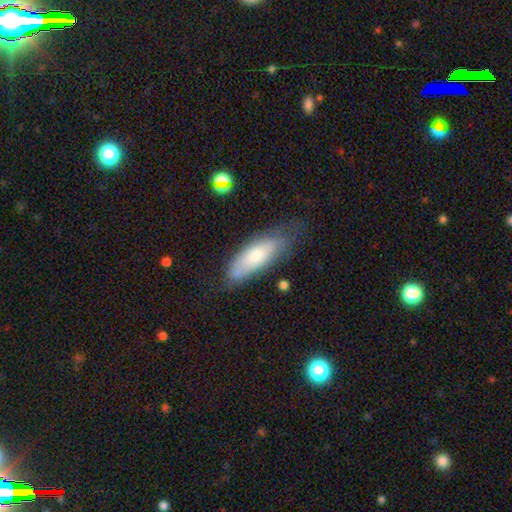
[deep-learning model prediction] smooth 62%, featured or disk 31%, star or artifact 7%. Down the decision tree: how rounded — in between (61%); merging — none (59%).